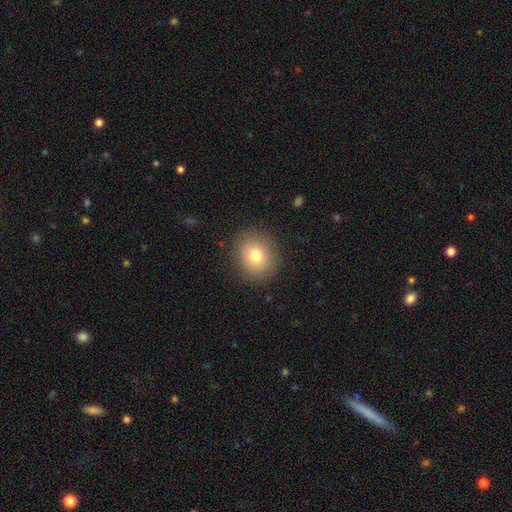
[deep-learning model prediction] smooth-or-featured: smooth: 77% | featured or disk: 12% | star or artifact: 11%
  how-rounded: round: 79% | in between: 20% | cigar-shaped: 1%
  merging: none: 87% | minor disturbance: 8% | major disturbance: 3% | merger: 1%